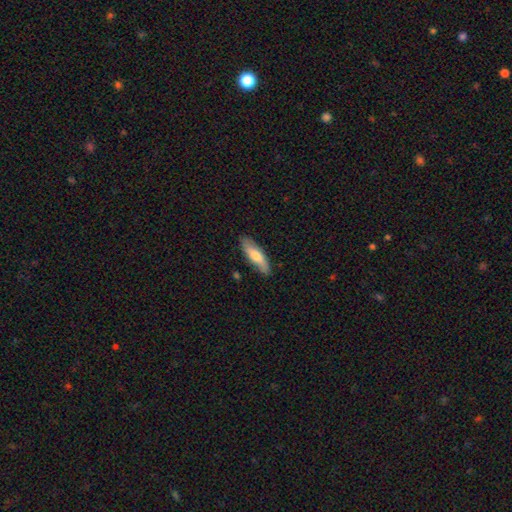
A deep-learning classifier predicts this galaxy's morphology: A smooth galaxy with no disk features (69%) that is cigar-shaped (57%). Merging: none (84%).